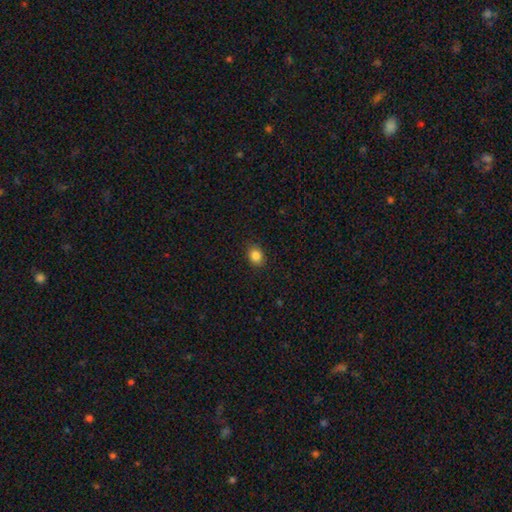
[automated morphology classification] smooth 86%, star or artifact 10%, featured or disk 5%. Down the decision tree: how rounded — in between (54%); merging — none (88%).